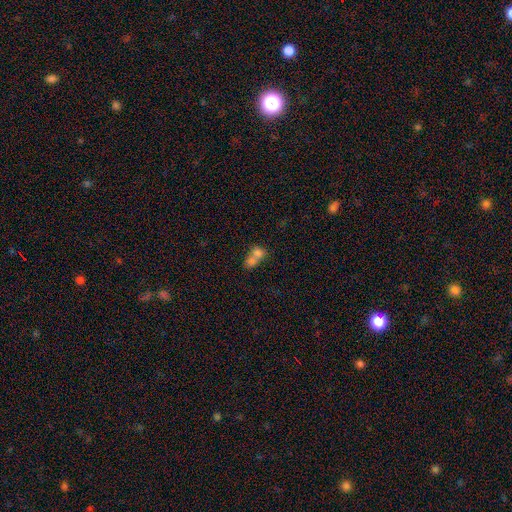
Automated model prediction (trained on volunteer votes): smooth 71%, featured or disk 18%, star or artifact 11%. Down the decision tree: how rounded — round (50%); merging — merger (73%).